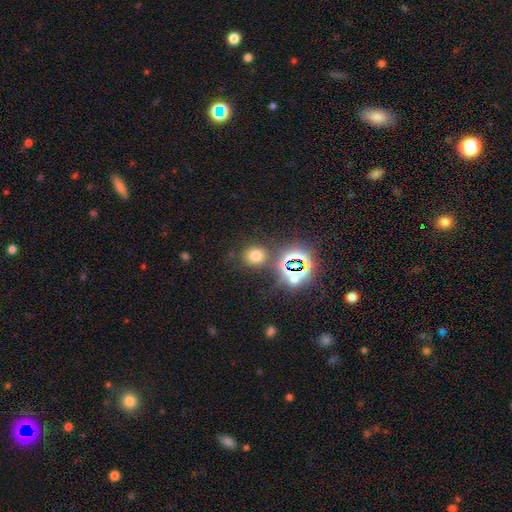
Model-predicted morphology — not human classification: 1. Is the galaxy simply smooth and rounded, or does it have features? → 64% smooth, 28% star or artifact, 8% featured or disk.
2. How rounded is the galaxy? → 80% round, 19% in between, 1% cigar-shaped.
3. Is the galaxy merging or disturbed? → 79% none, 10% minor disturbance, 7% merger, 4% major disturbance.